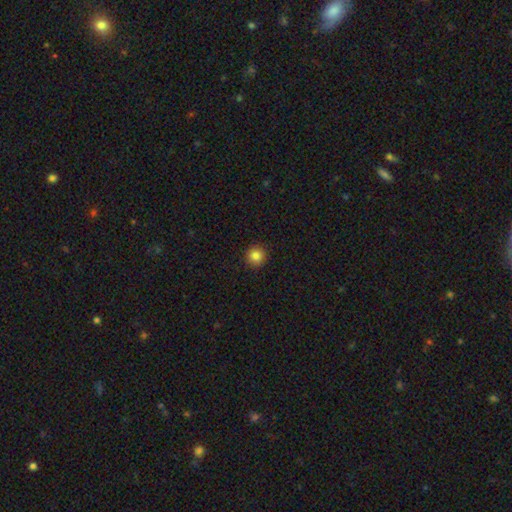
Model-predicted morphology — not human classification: smooth 85%, star or artifact 10%, featured or disk 5%. Down the decision tree: how rounded — round (94%); merging — none (92%).